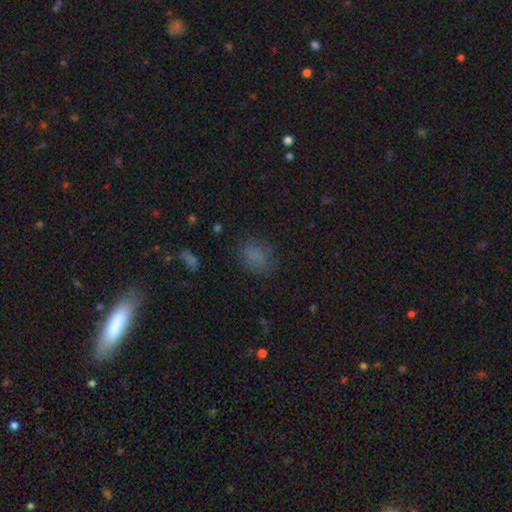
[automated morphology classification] smooth-or-featured: smooth: 77% | star or artifact: 15% | featured or disk: 7%
  how-rounded: in between: 57% | round: 42% | cigar-shaped: 1%
  merging: none: 76% | minor disturbance: 16% | major disturbance: 6% | merger: 1%